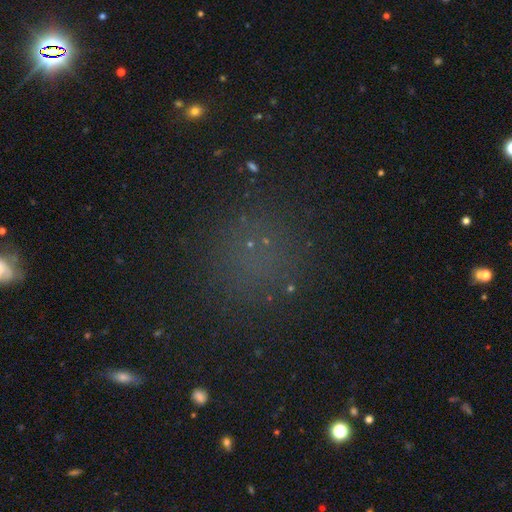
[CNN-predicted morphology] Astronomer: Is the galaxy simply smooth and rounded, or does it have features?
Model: smooth — 51% (runner-up: star or artifact, 40%).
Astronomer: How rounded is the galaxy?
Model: round — 87%.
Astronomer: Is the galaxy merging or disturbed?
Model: none — 83%.